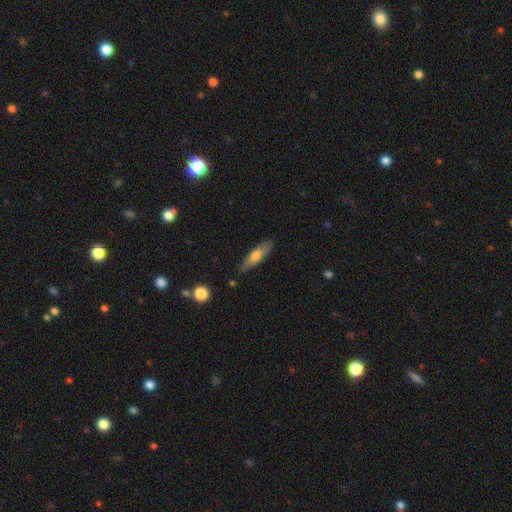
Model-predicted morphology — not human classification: This appears to be a smooth galaxy with no disk features (62%) that is cigar-shaped (59%). Merging: none (81%).